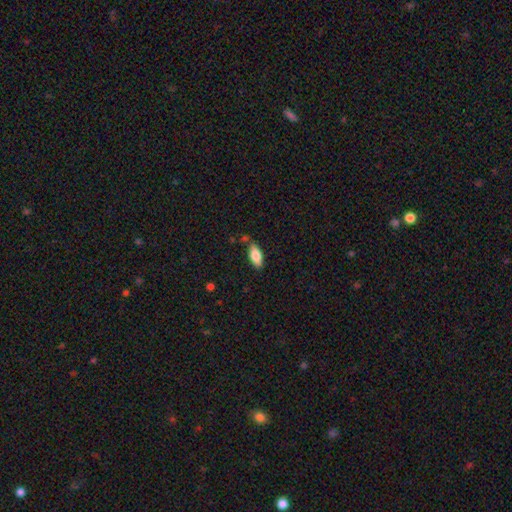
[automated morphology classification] A smooth galaxy with no disk features (80%) that is in between round and cigar-shaped (85%).

Vote fractions:
- Smooth or featured? smooth: 80% / featured or disk: 13% / star or artifact: 7%
- How rounded? in between: 85% / cigar-shaped: 12% / round: 2%
- Merging? none: 78% / minor disturbance: 14% / merger: 5% / major disturbance: 3%